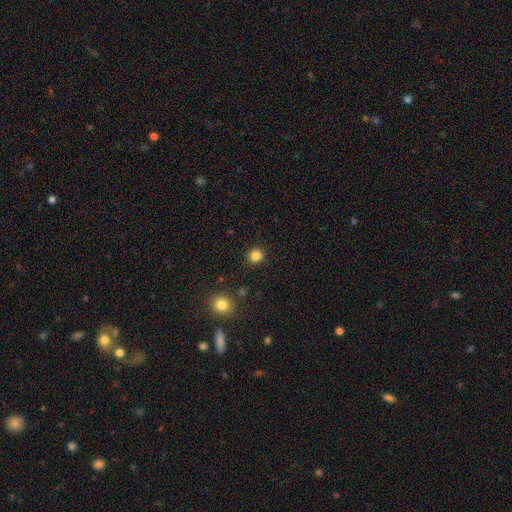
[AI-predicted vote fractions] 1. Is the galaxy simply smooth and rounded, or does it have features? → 84% smooth, 13% star or artifact, 3% featured or disk.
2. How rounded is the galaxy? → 93% round, 6% in between, 1% cigar-shaped.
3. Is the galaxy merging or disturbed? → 91% none, 5% minor disturbance, 2% major disturbance, 2% merger.